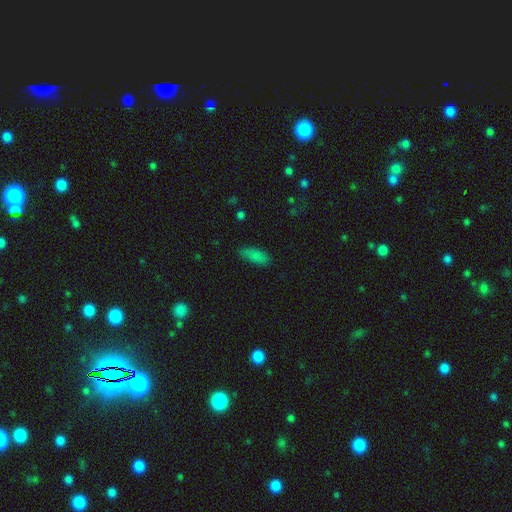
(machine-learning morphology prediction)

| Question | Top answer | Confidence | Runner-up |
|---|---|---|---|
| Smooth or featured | smooth | 83% | star or artifact (9%) |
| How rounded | in between | 75% | cigar-shaped (23%) |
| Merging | none | 79% | minor disturbance (16%) |